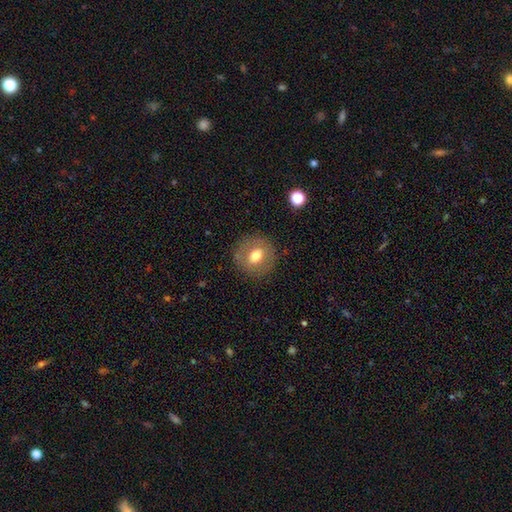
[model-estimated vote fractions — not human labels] A smooth galaxy with no disk features (62%) that is round (79%).

Vote fractions:
- Smooth or featured? smooth: 62% / featured or disk: 29% / star or artifact: 9%
- How rounded? round: 79% / in between: 20% / cigar-shaped: 1%
- Merging? none: 84% / minor disturbance: 10% / major disturbance: 4% / merger: 1%